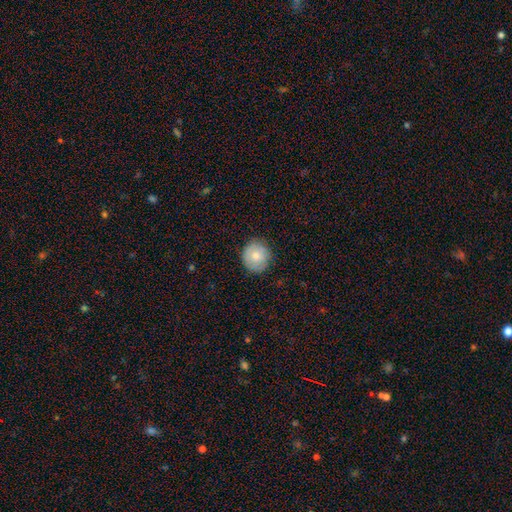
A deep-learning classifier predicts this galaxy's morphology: smooth 74%, featured or disk 18%, star or artifact 7%. Down the decision tree: how rounded — round (90%); merging — none (85%).